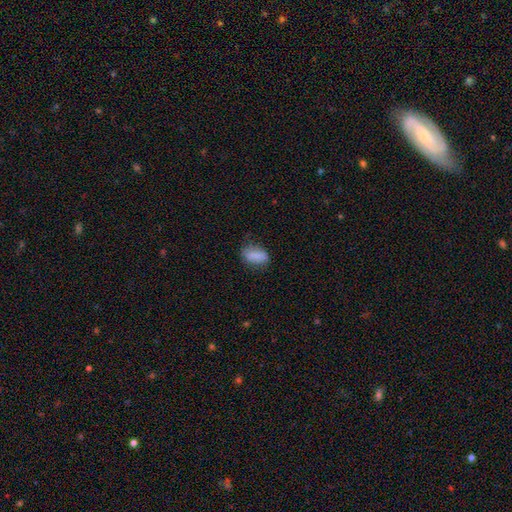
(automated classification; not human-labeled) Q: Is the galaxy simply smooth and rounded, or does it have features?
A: smooth — 81%.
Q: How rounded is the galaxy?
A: in between — 86%.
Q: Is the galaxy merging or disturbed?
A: none — 68%.